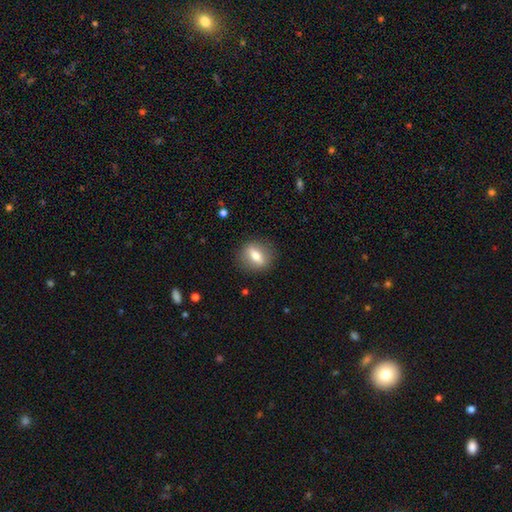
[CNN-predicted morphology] smooth_or_featured: smooth (p=0.64) [alt: featured or disk p=0.28]
how_rounded: in between (p=0.49) [alt: round p=0.43]
merging: none (p=0.87) [alt: minor disturbance p=0.09]